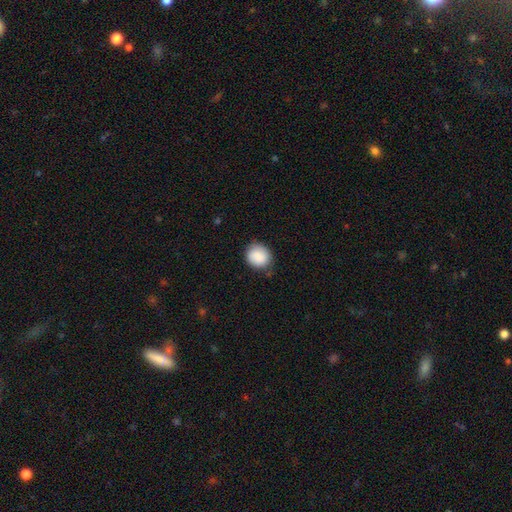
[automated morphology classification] smooth-or-featured: smooth: 88% | star or artifact: 7% | featured or disk: 5%
  how-rounded: round: 75% | in between: 24% | cigar-shaped: 1%
  merging: none: 77% | minor disturbance: 17% | major disturbance: 4% | merger: 2%